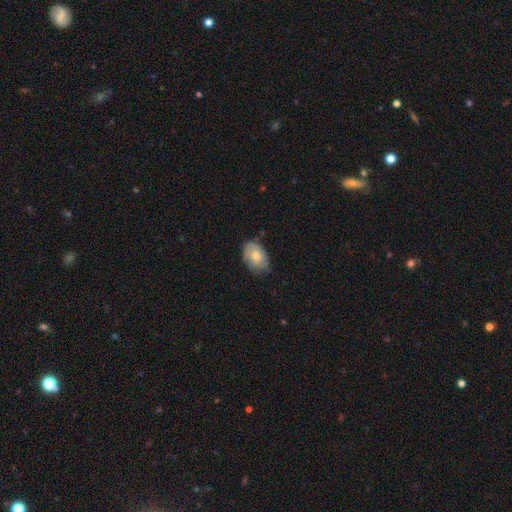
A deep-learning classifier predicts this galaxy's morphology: This appears to be a smooth galaxy with no disk features (65%) that is in between round and cigar-shaped (82%). Merging: none (64%).